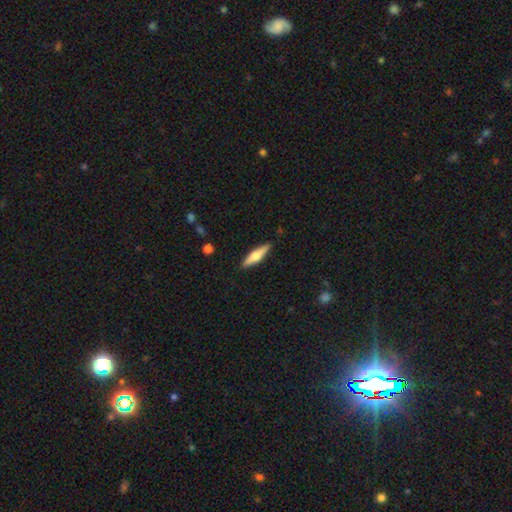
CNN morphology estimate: Q: Smooth or featured?
A: smooth (51%); runner-up: featured or disk (44%)
Q: How rounded?
A: cigar-shaped (76%); runner-up: in between (22%)
Q: Merging?
A: none (89%); runner-up: minor disturbance (8%)